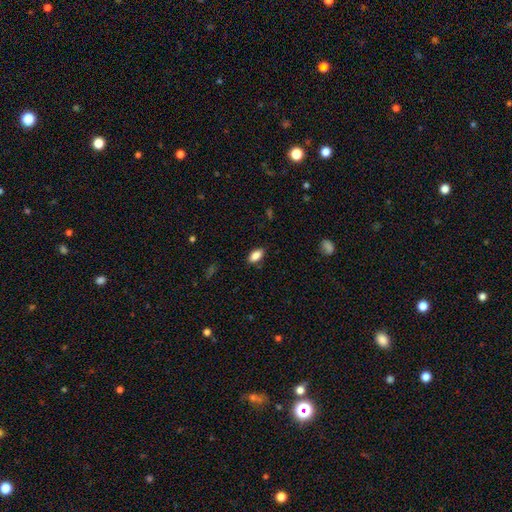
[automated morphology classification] Smooth or featured? Predicted: smooth (p=0.87). How rounded? Predicted: in between (p=0.91). Merging? Predicted: none (p=0.86).